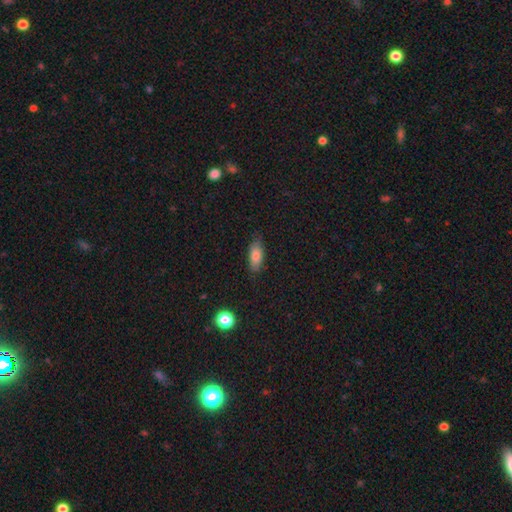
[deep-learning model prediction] smooth-or-featured: smooth: 80% | featured or disk: 12% | star or artifact: 8%
  how-rounded: in between: 77% | cigar-shaped: 20% | round: 3%
  merging: none: 80% | minor disturbance: 16% | major disturbance: 3% | merger: 1%